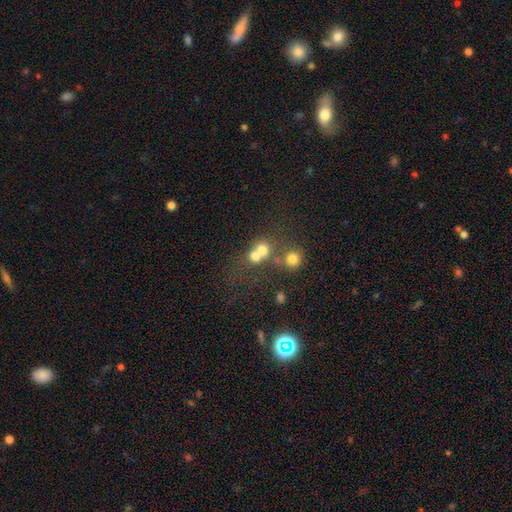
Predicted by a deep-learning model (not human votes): Smooth or featured? smooth (67%)
How rounded? round (80%)
Merging? merger (55%)